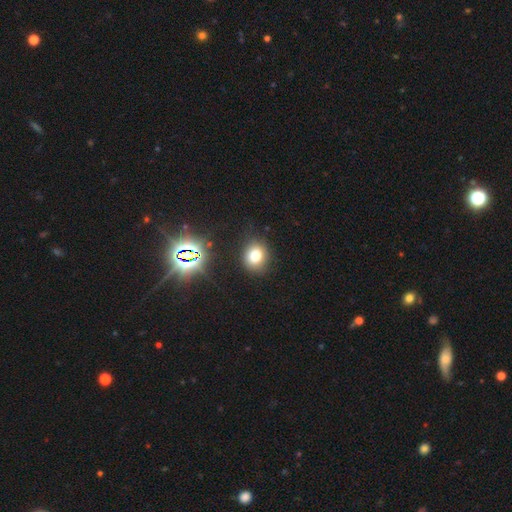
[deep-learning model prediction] A smooth galaxy with no disk features (74%) that is round (69%).

Vote fractions:
- Smooth or featured? smooth: 74% / star or artifact: 18% / featured or disk: 8%
- How rounded? round: 69% / in between: 30% / cigar-shaped: 1%
- Merging? none: 85% / minor disturbance: 10% / major disturbance: 3% / merger: 2%